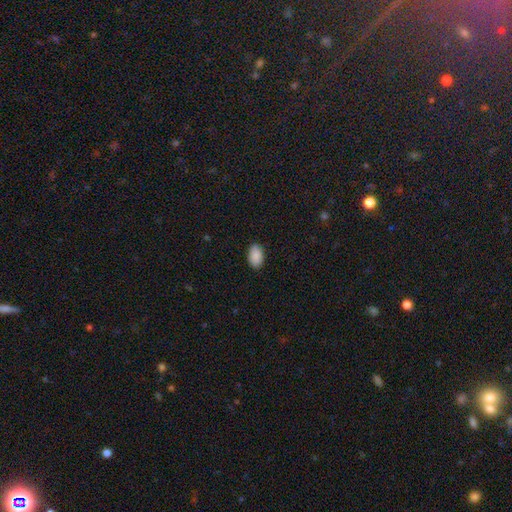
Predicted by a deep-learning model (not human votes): Q: Smooth or featured?
A: smooth (90%); runner-up: star or artifact (7%)
Q: How rounded?
A: in between (93%); runner-up: round (6%)
Q: Merging?
A: none (88%); runner-up: minor disturbance (9%)